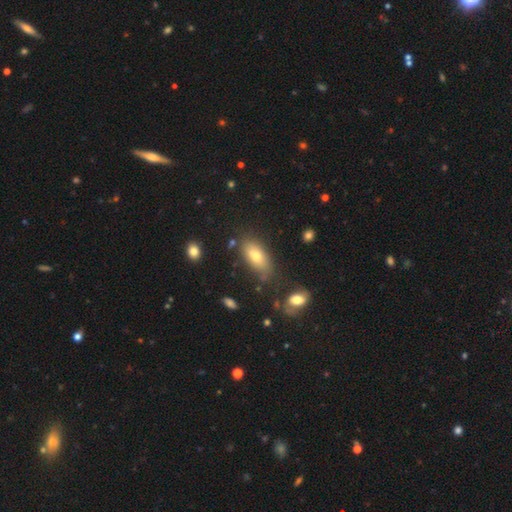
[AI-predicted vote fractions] smooth_or_featured: smooth (p=0.71) [alt: featured or disk p=0.15]
how_rounded: in between (p=0.85) [alt: cigar-shaped p=0.11]
merging: none (p=0.72) [alt: minor disturbance p=0.17]